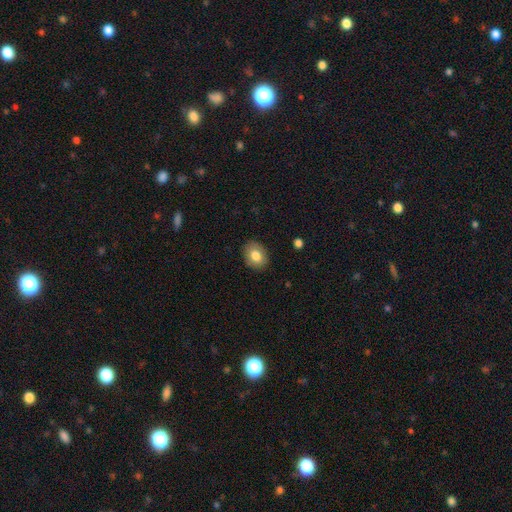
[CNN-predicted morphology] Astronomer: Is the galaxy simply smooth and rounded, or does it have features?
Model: smooth — 80%.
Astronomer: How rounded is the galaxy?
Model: in between — 62% (runner-up: round, 37%).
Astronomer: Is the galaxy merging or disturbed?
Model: none — 87%.